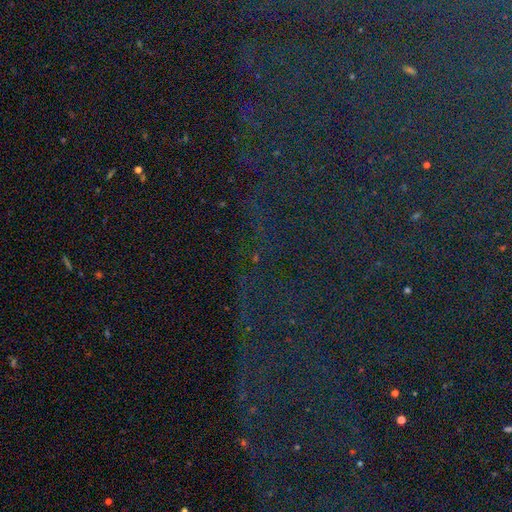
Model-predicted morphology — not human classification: The model was most divided on "smooth or featured": star or artifact: 85%, smooth: 8%, featured or disk: 7%.